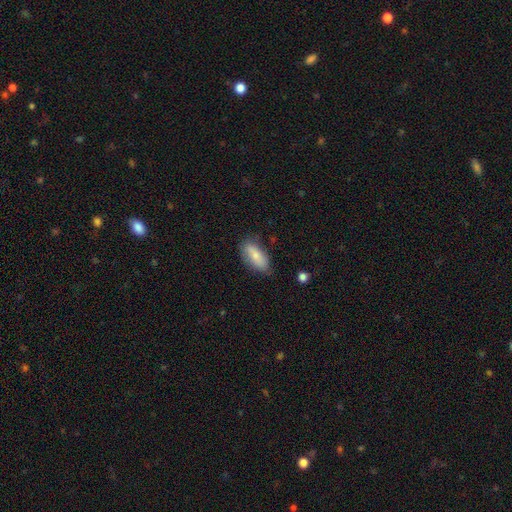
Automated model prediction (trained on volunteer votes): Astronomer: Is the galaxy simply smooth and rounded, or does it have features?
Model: smooth — 79%.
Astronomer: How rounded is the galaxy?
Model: in between — 84%.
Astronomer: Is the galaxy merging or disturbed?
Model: none — 71%.